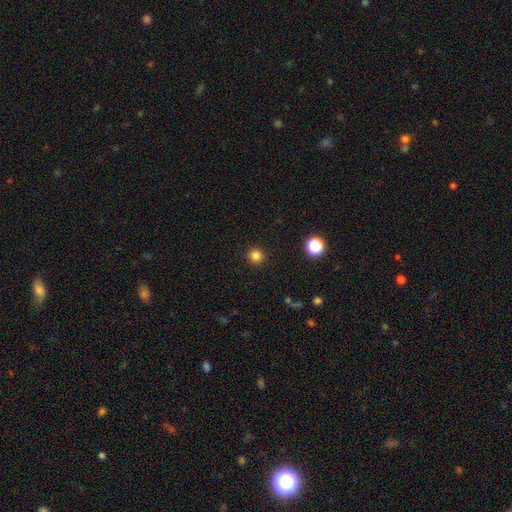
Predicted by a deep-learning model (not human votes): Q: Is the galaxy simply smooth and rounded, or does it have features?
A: smooth — 82%.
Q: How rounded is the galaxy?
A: round — 96%.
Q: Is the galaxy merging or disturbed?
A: none — 92%.